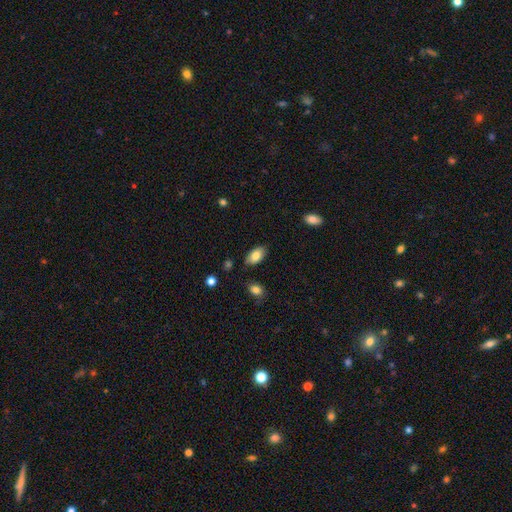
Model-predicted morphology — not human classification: A smooth galaxy with no disk features (82%) that is in between round and cigar-shaped (93%).

Vote fractions:
- Smooth or featured? smooth: 82% / featured or disk: 11% / star or artifact: 7%
- How rounded? in between: 93% / round: 4% / cigar-shaped: 3%
- Merging? none: 81% / minor disturbance: 14% / major disturbance: 3% / merger: 2%